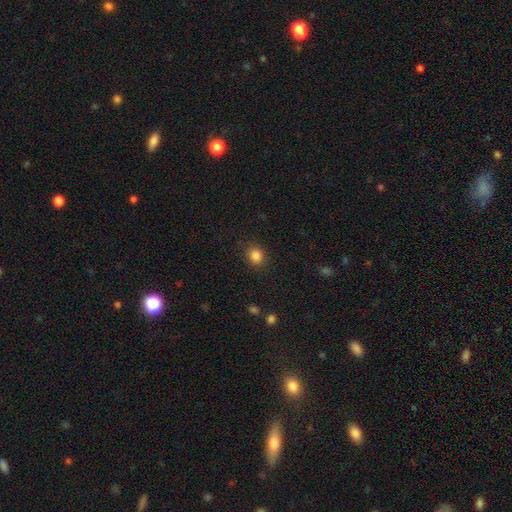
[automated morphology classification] This appears to be a smooth galaxy with no disk features (85%) that is round (75%). Merging: none (88%).